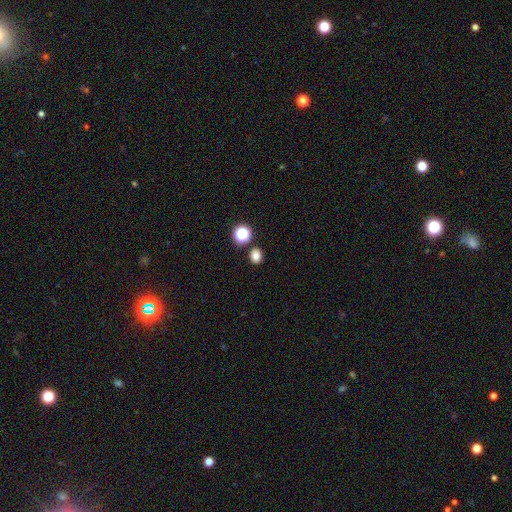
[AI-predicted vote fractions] The model was most divided on "how rounded": round: 62%, in between: 37%, cigar-shaped: 1%. More confident: merging — none (83%); smooth or featured — smooth (79%).